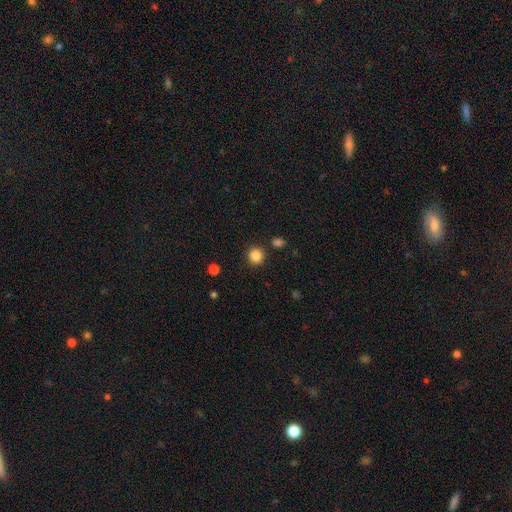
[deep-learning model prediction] Smooth or featured?
  - smooth: 85% *
  - star or artifact: 11%
  - featured or disk: 4%
How rounded?
  - round: 90% *
  - in between: 9%
  - cigar-shaped: 1%
Merging?
  - none: 89% *
  - minor disturbance: 6%
  - merger: 3%
  - major disturbance: 2%